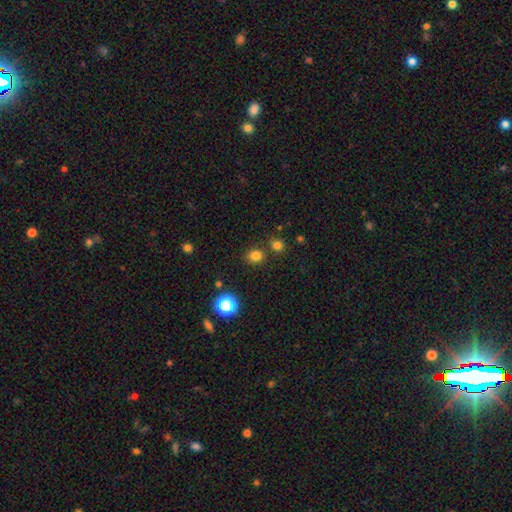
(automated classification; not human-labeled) Morphology: type=smooth (78%); roundness=round (72%); merging=none (80%).